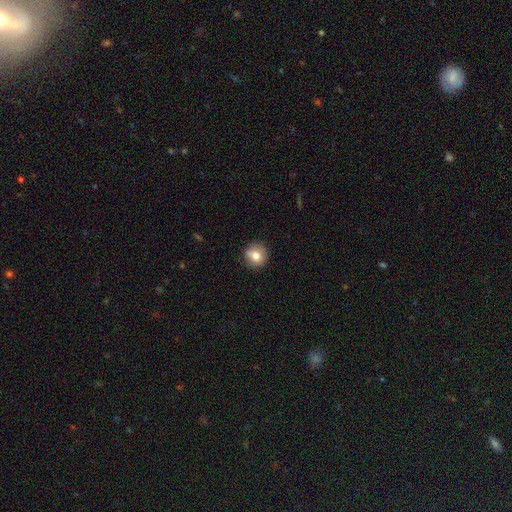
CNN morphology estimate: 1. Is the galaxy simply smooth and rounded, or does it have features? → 78% smooth, 13% featured or disk, 10% star or artifact.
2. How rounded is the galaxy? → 89% round, 10% in between, 1% cigar-shaped.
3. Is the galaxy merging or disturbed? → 82% none, 13% minor disturbance, 3% major disturbance, 2% merger.